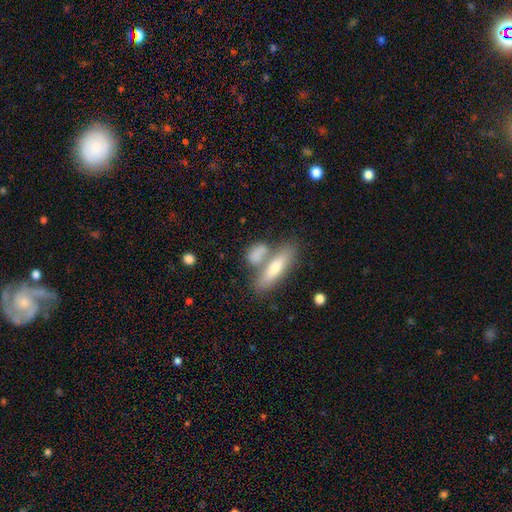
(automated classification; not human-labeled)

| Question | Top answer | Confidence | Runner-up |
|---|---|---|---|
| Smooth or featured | smooth | 74% | featured or disk (19%) |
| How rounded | in between | 57% | cigar-shaped (36%) |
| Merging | merger | 42% | none (40%) |